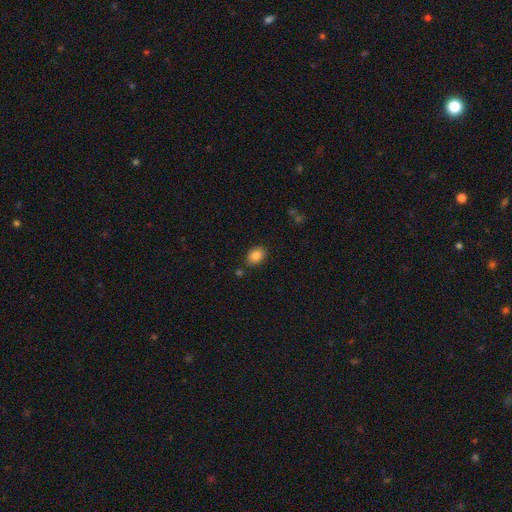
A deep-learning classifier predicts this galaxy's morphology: smooth-or-featured: smooth: 85% | star or artifact: 9% | featured or disk: 6%
  how-rounded: in between: 72% | round: 27% | cigar-shaped: 1%
  merging: none: 84% | minor disturbance: 10% | merger: 3% | major disturbance: 2%